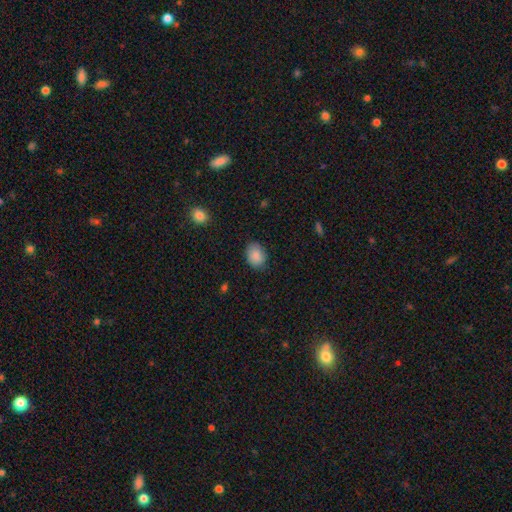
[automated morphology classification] Smooth or featured: smooth — 88% (star or artifact — 8%)
How rounded: in between — 63% (round — 36%)
Merging: none — 83% (minor disturbance — 13%)